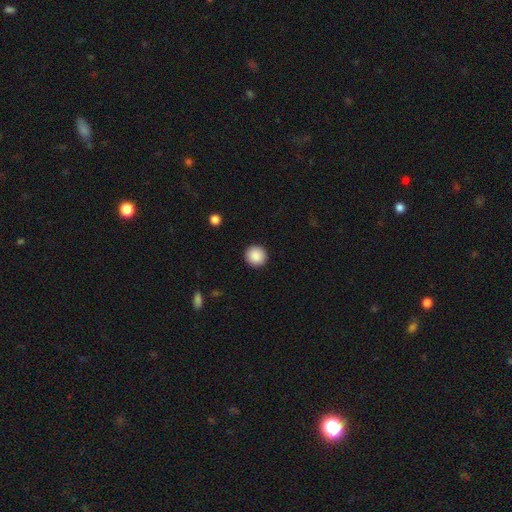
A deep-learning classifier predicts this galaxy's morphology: smooth-or-featured: smooth: 89% | star or artifact: 8% | featured or disk: 3%
  how-rounded: round: 95% | in between: 4% | cigar-shaped: 1%
  merging: none: 93% | minor disturbance: 5% | major disturbance: 2% | merger: 1%